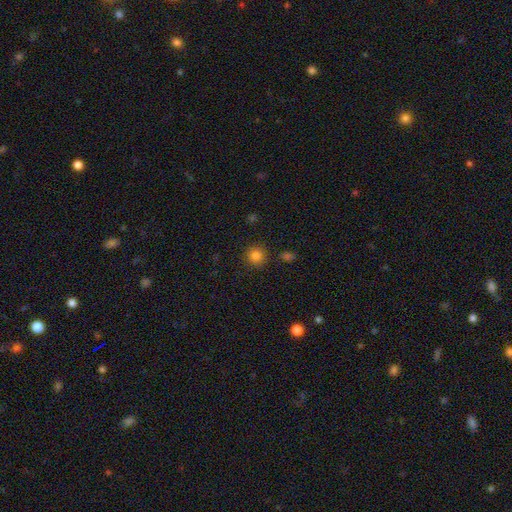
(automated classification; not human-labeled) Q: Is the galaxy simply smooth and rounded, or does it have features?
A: smooth — 81%.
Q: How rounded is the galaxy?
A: round — 93%.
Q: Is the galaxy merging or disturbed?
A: none — 89%.